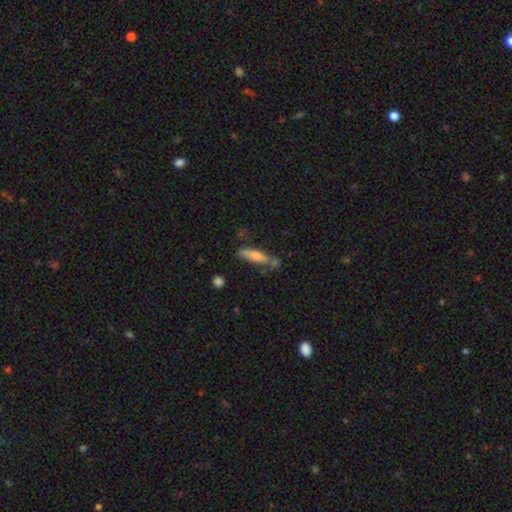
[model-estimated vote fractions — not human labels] Smooth or featured: smooth — 61% (featured or disk — 31%)
How rounded: cigar-shaped — 77% (in between — 21%)
Merging: none — 61% (minor disturbance — 21%)